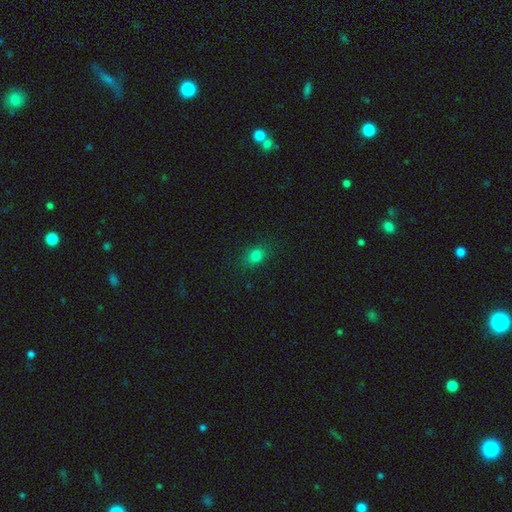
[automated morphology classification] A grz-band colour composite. It shows a smooth galaxy with no disk features (80%) that is in between round and cigar-shaped (59%). Merging: none (83%).